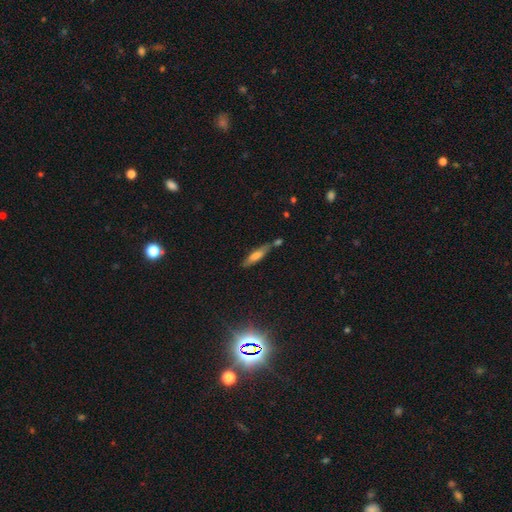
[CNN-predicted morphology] Q: Smooth or featured?
A: smooth (60%); runner-up: featured or disk (30%)
Q: How rounded?
A: cigar-shaped (72%); runner-up: in between (26%)
Q: Merging?
A: none (59%); runner-up: minor disturbance (19%)